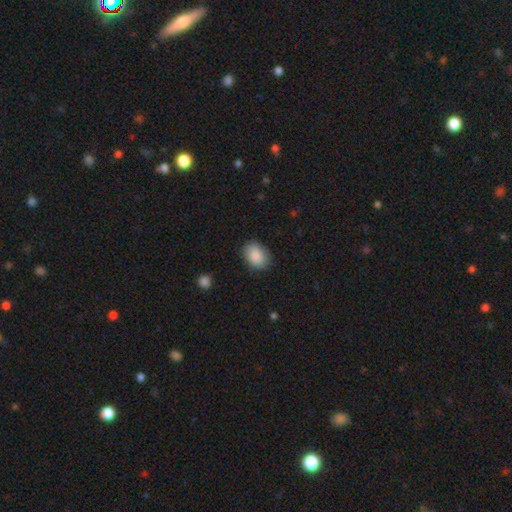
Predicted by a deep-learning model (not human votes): This is clearly a smooth galaxy (89%). How rounded: likely in between (76%). Merging: clearly none (80%).